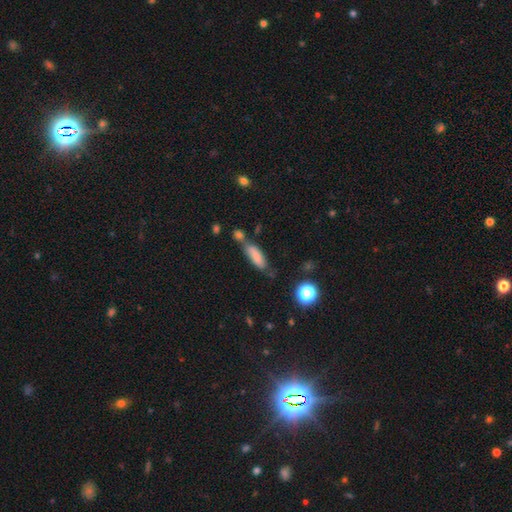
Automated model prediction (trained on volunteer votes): This appears to be a smooth galaxy with no disk features (78%) that is in between round and cigar-shaped (52%). Merging: none (45%).